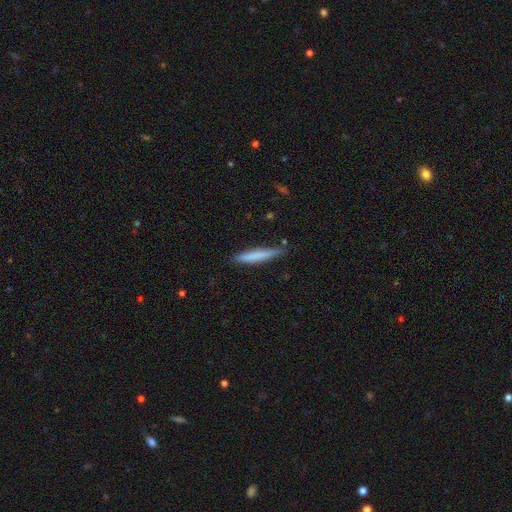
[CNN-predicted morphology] Smooth or featured? Predicted: smooth (p=0.73). How rounded? Predicted: cigar-shaped (p=0.94). Merging? Predicted: none (p=0.81).